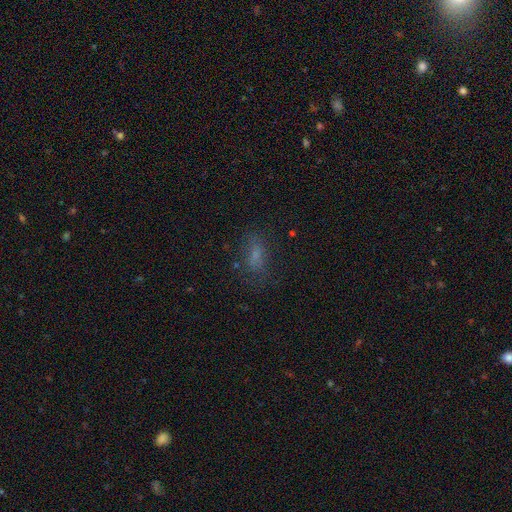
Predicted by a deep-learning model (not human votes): The model was most divided on "smooth or featured": smooth: 61%, star or artifact: 21%, featured or disk: 19%. More confident: how rounded — in between (74%); merging — none (64%).